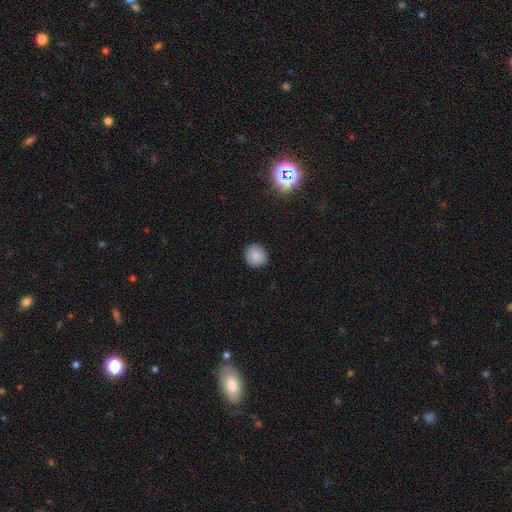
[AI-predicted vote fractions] Smooth or featured? smooth (82%)
How rounded? round (91%)
Merging? none (89%)